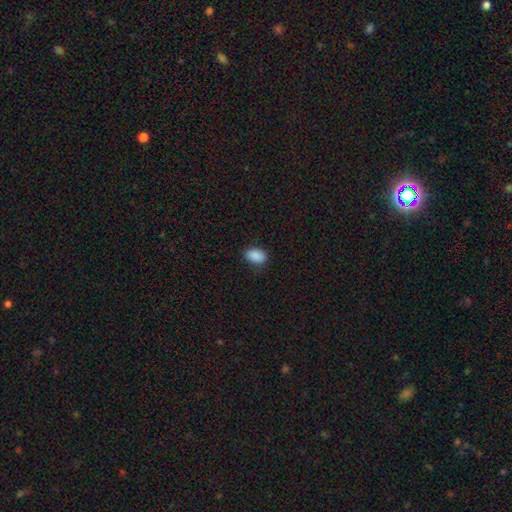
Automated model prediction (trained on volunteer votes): This appears to be a smooth galaxy with no disk features (90%) that is in between round and cigar-shaped (87%). Merging: none (86%).